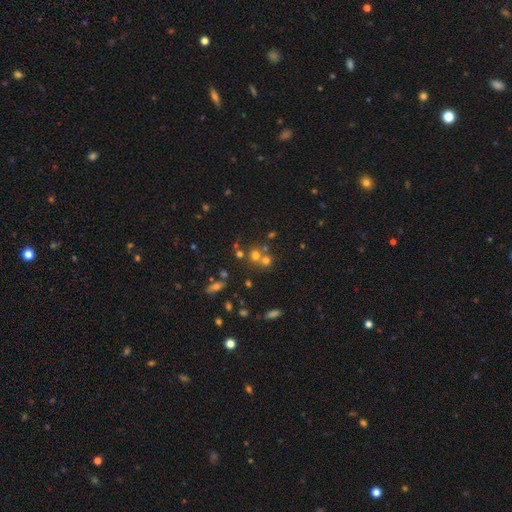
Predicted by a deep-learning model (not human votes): smooth 61%, star or artifact 24%, featured or disk 15%. Down the decision tree: how rounded — round (85%); merging — none (48%).